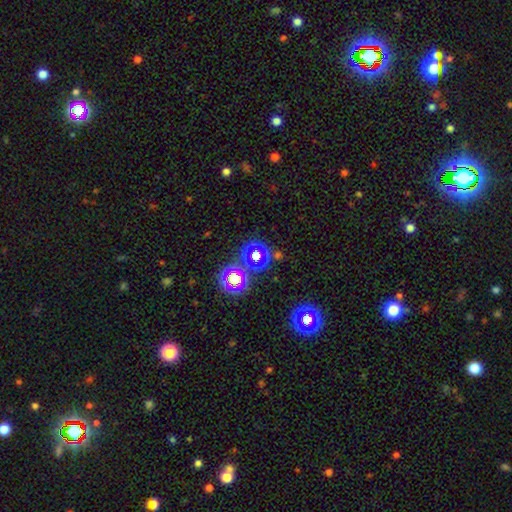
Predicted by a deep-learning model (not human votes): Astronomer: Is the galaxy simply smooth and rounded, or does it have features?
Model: star or artifact — 64%.